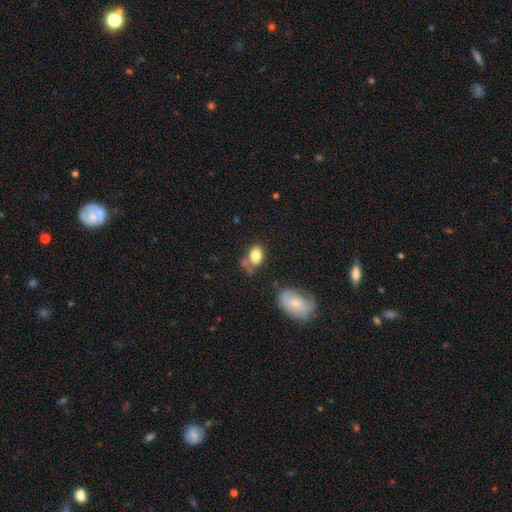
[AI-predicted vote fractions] smooth-or-featured: smooth: 81% | featured or disk: 11% | star or artifact: 8%
  how-rounded: in between: 75% | round: 24% | cigar-shaped: 2%
  merging: none: 47% | minor disturbance: 25% | merger: 16% | major disturbance: 13%